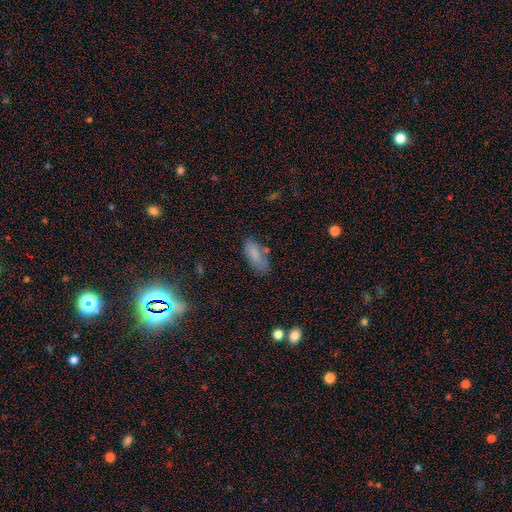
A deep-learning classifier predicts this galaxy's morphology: A smooth galaxy with no disk features (81%) that is in between round and cigar-shaped (78%).

Vote fractions:
- Smooth or featured? smooth: 81% / featured or disk: 11% / star or artifact: 9%
- How rounded? in between: 78% / cigar-shaped: 19% / round: 2%
- Merging? none: 64% / minor disturbance: 22% / merger: 7% / major disturbance: 7%